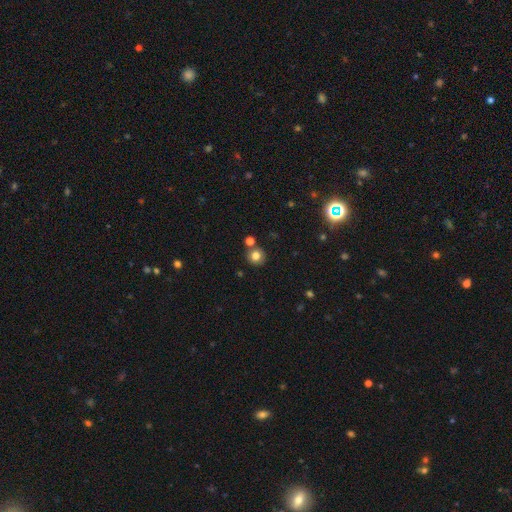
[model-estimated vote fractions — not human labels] Smooth or featured? Predicted: smooth (p=0.79). How rounded? Predicted: round (p=0.92). Merging? Predicted: none (p=0.78).